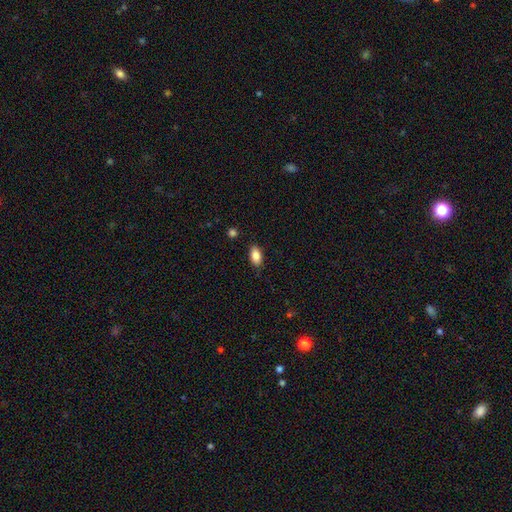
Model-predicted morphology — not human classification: smooth 86%, star or artifact 8%, featured or disk 6%. Down the decision tree: how rounded — in between (91%); merging — none (85%).